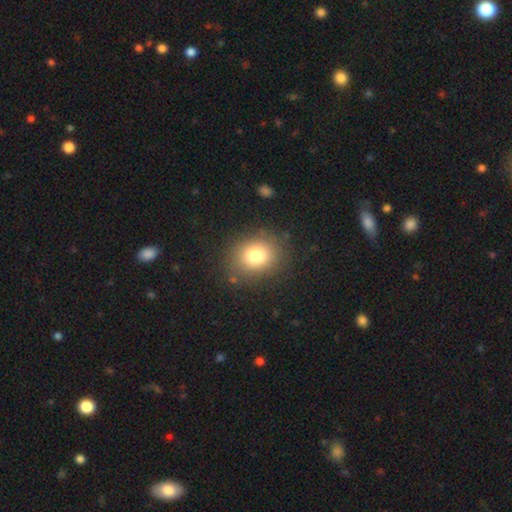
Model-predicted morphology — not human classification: Smooth or featured: smooth — 78% (star or artifact — 12%)
How rounded: round — 65% (in between — 34%)
Merging: none — 85% (minor disturbance — 9%)